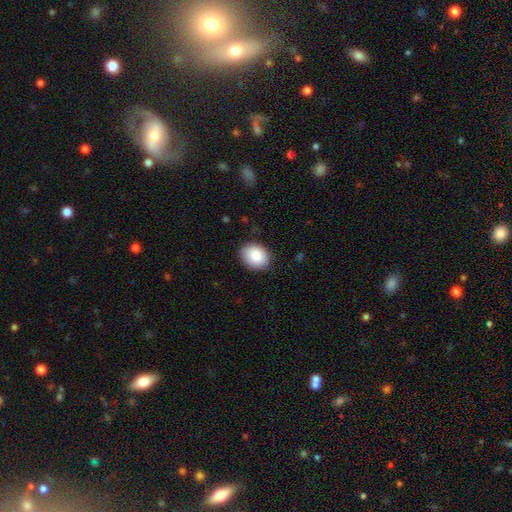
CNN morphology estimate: Q: Smooth or featured?
A: smooth (88%); runner-up: star or artifact (7%)
Q: How rounded?
A: in between (57%); runner-up: round (42%)
Q: Merging?
A: none (86%); runner-up: minor disturbance (11%)